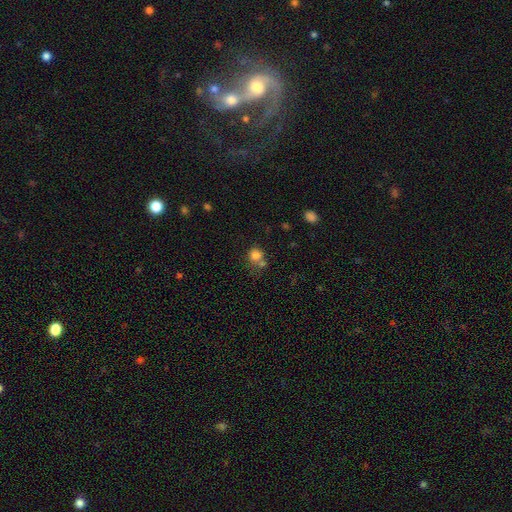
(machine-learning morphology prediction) type=smooth (79%); roundness=round (79%); merging=none (47%).